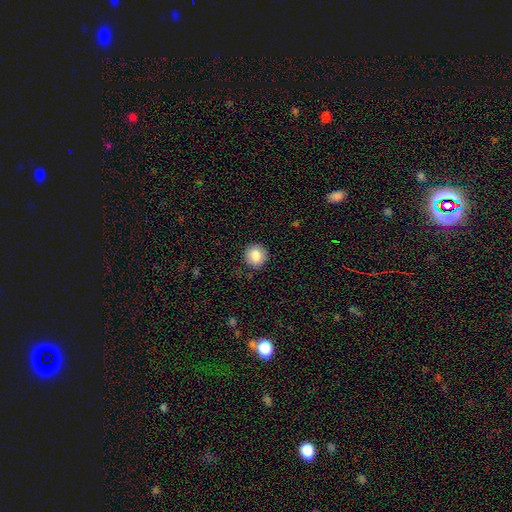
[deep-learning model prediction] Q: Smooth or featured?
A: smooth (85%); runner-up: star or artifact (9%)
Q: How rounded?
A: round (90%); runner-up: in between (9%)
Q: Merging?
A: none (87%); runner-up: minor disturbance (9%)